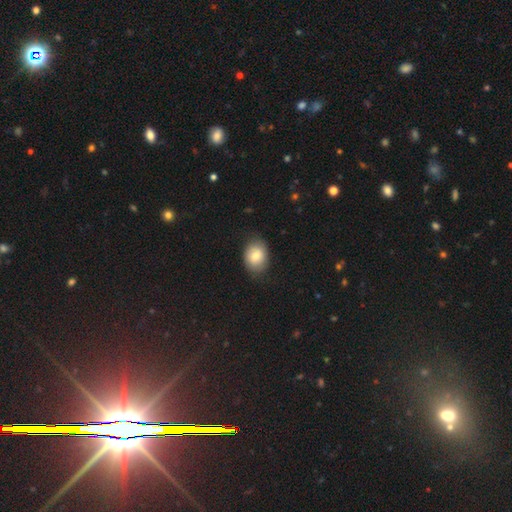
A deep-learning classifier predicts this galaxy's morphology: smooth_or_featured: smooth (p=0.78) [alt: featured or disk p=0.14]
how_rounded: in between (p=0.64) [alt: round p=0.35]
merging: none (p=0.80) [alt: minor disturbance p=0.16]